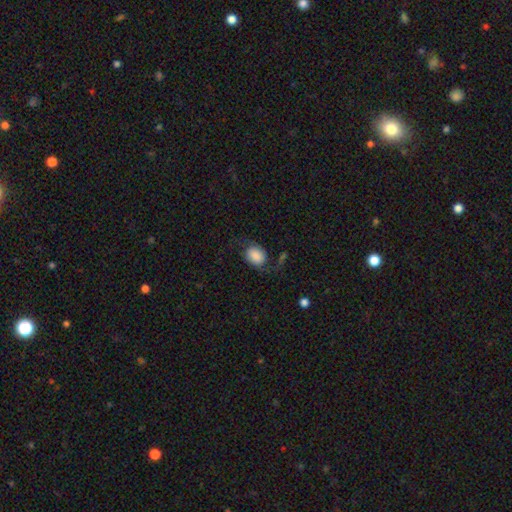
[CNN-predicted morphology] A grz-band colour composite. It shows a smooth galaxy with no disk features (66%) that is in between round and cigar-shaped (54%). Merging: none (57%).